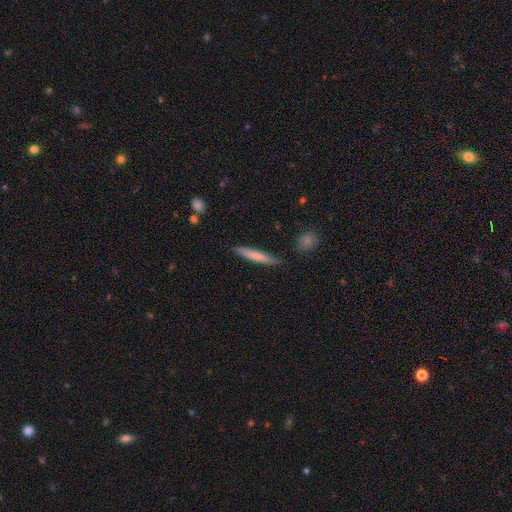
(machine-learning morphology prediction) Overall: smooth (70%). How rounded: cigar-shaped (93%). Merging: none (86%).